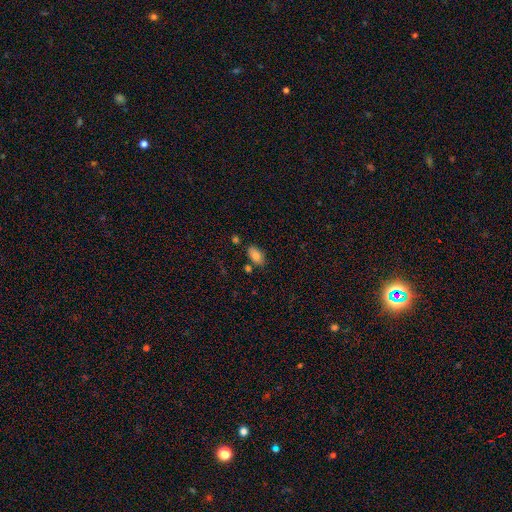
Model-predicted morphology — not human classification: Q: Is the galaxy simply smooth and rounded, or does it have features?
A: smooth — 81%.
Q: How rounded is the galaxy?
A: in between — 92%.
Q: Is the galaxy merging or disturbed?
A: none — 76%.